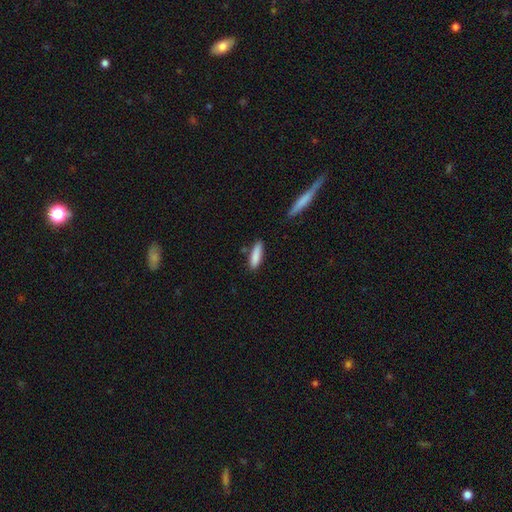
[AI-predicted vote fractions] A smooth galaxy with no disk features (86%) that is cigar-shaped (60%). Merging: none (80%).